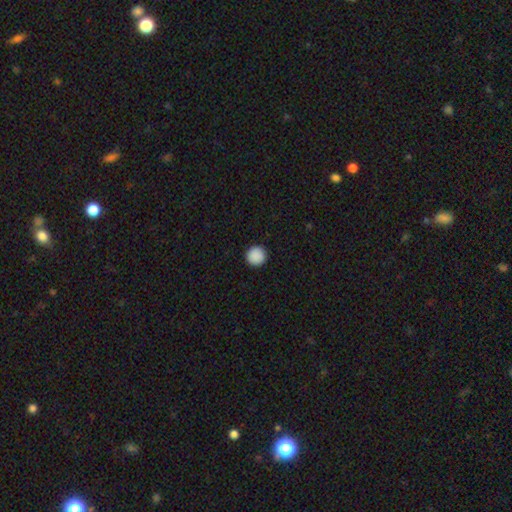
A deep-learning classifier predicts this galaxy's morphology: Smooth or featured? Predicted: smooth (p=0.90). How rounded? Predicted: round (p=0.96). Merging? Predicted: none (p=0.93).